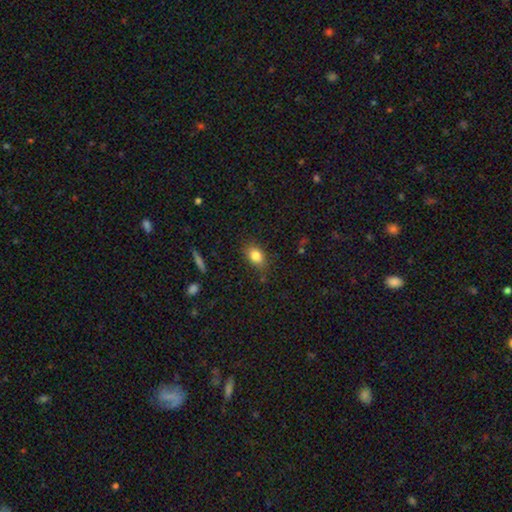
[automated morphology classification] Smooth or featured?
  - smooth: 83% *
  - star or artifact: 9%
  - featured or disk: 8%
How rounded?
  - in between: 78% *
  - round: 20%
  - cigar-shaped: 3%
Merging?
  - none: 79% *
  - minor disturbance: 16%
  - major disturbance: 4%
  - merger: 2%